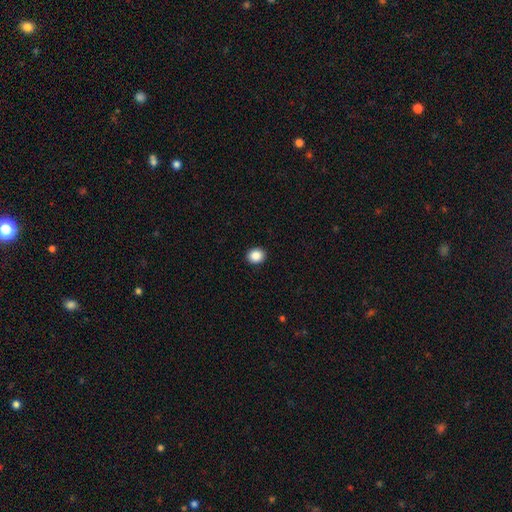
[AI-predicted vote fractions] smooth_or_featured: smooth (p=0.88) [alt: star or artifact p=0.09]
how_rounded: round (p=0.72) [alt: in between p=0.27]
merging: none (p=0.92) [alt: minor disturbance p=0.05]